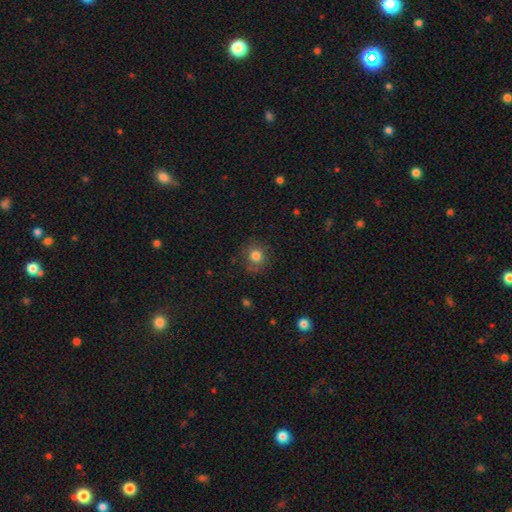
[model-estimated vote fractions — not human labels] A smooth galaxy with no disk features (79%) that is round (89%). Merging: none (82%).